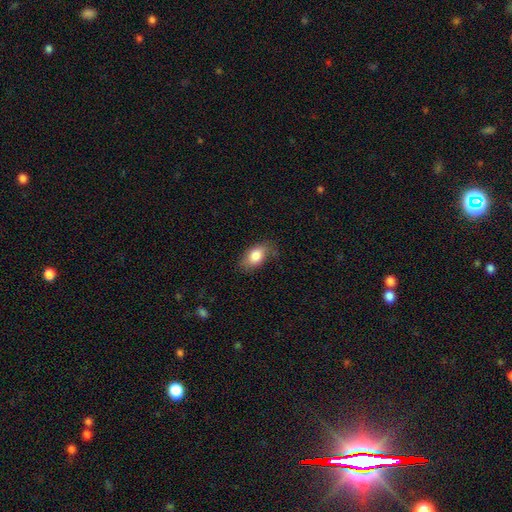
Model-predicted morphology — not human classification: A smooth galaxy with no disk features (81%) that is in between round and cigar-shaped (88%). Merging: none (65%).